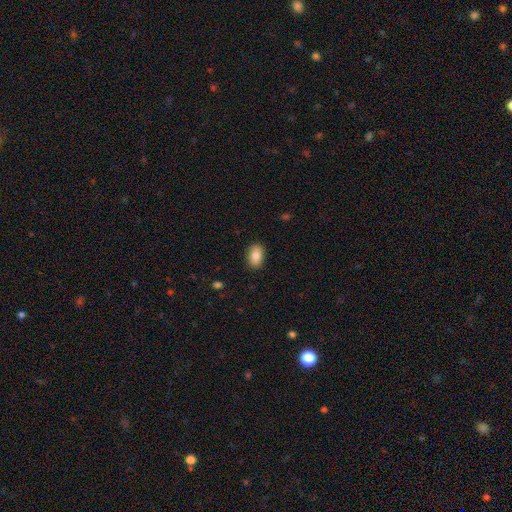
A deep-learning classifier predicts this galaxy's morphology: smooth-or-featured: smooth: 84% | featured or disk: 8% | star or artifact: 7%
  how-rounded: in between: 88% | round: 10% | cigar-shaped: 2%
  merging: none: 88% | minor disturbance: 9% | major disturbance: 2% | merger: 1%